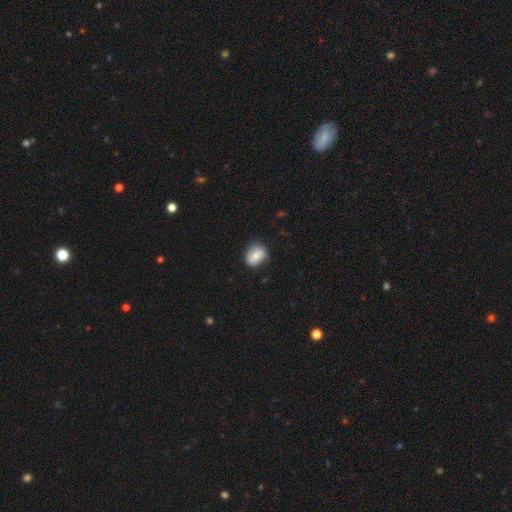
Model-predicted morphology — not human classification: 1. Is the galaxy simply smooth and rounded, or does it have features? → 72% smooth, 20% featured or disk, 8% star or artifact.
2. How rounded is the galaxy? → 59% in between, 40% round, 1% cigar-shaped.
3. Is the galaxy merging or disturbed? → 72% none, 22% minor disturbance, 5% major disturbance, 1% merger.